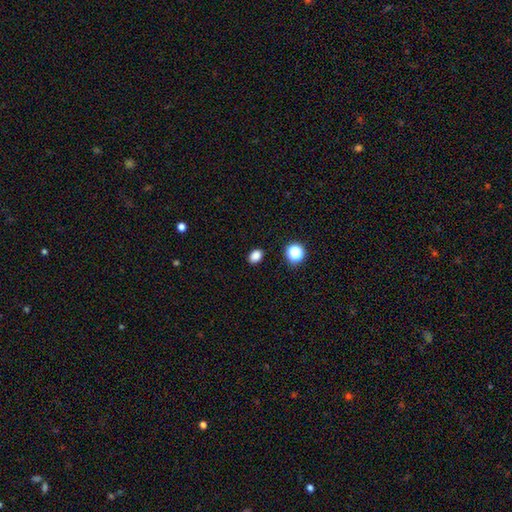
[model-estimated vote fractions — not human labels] Smooth or featured? Predicted: smooth (p=0.84). How rounded? Predicted: in between (p=0.66). Merging? Predicted: none (p=0.89).